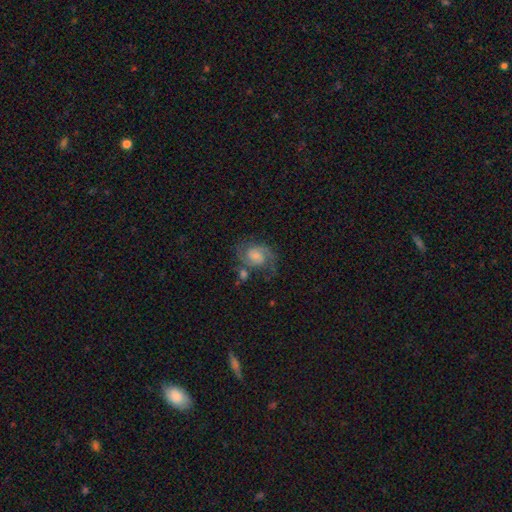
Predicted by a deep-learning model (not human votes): Q: Smooth or featured?
A: featured or disk (77%); runner-up: smooth (14%)
Q: Edge-on disk?
A: no (98%); runner-up: yes (2%)
Q: Bar?
A: no (53%); runner-up: weak (40%)
Q: Spiral arms?
A: yes (95%); runner-up: no (5%)
Q: Spiral winding?
A: medium (54%); runner-up: tight (27%)
Q: Spiral arm count?
A: 2 (86%); runner-up: can't tell (6%)
Q: Bulge size?
A: small (38%); runner-up: moderate (36%)
Q: Merging?
A: none (63%); runner-up: minor disturbance (17%)